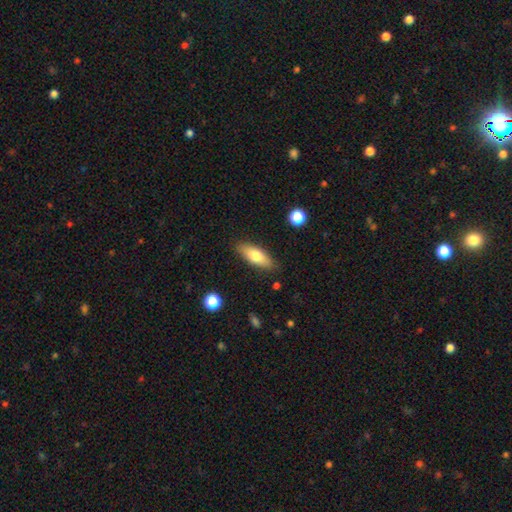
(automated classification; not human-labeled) A smooth galaxy with no disk features (72%) that is in between round and cigar-shaped (67%). Merging: none (85%).